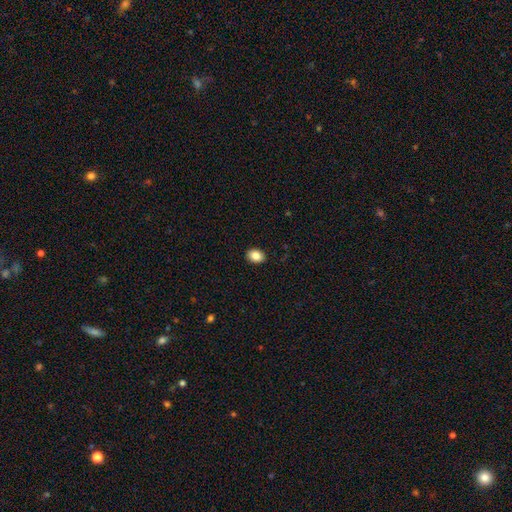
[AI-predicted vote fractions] This is clearly a smooth galaxy (86%). How rounded: likely in between (65%). Merging: clearly none (90%).